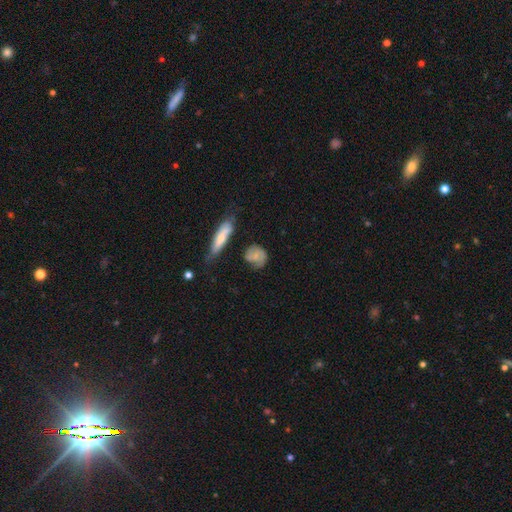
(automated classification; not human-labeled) smooth 54%, featured or disk 38%, star or artifact 8%. Down the decision tree: how rounded — round (60%); merging — none (57%).